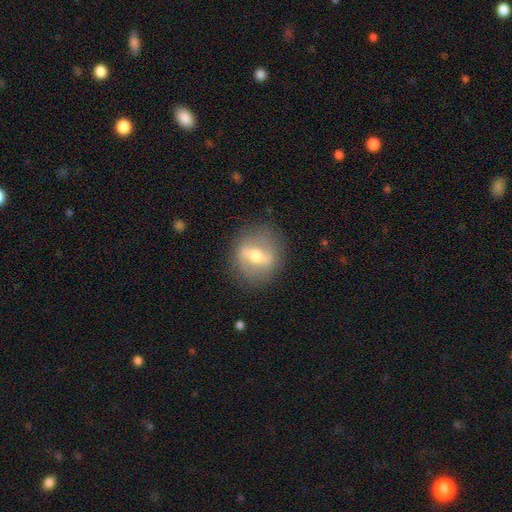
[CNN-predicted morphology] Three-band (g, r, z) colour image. It shows a featured or disk galaxy (66%) with a strong bar (61%), no spiral arms (66%) and a moderate central bulge (70%). Merging: none (83%).